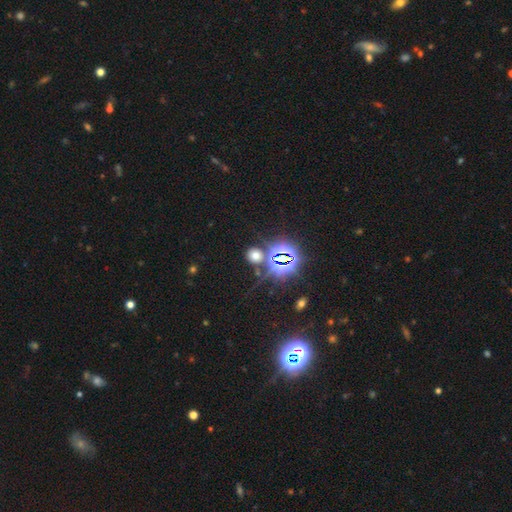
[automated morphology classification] Smooth or featured?
  - smooth: 52% *
  - star or artifact: 40%
  - featured or disk: 8%
How rounded?
  - round: 81% *
  - in between: 18%
  - cigar-shaped: 1%
Merging?
  - none: 78% *
  - minor disturbance: 9%
  - merger: 8%
  - major disturbance: 5%